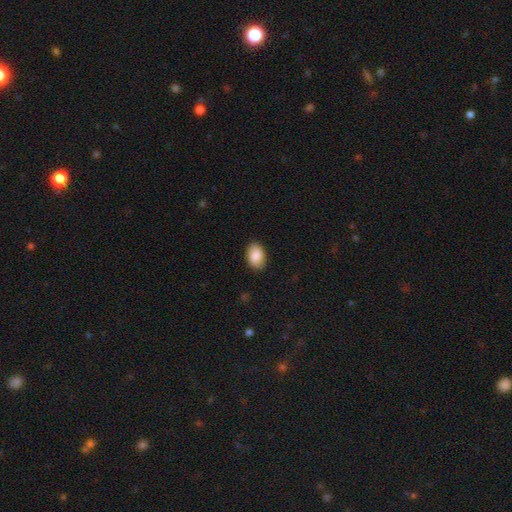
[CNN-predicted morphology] smooth 85%, featured or disk 8%, star or artifact 7%. Down the decision tree: how rounded — in between (89%); merging — none (86%).